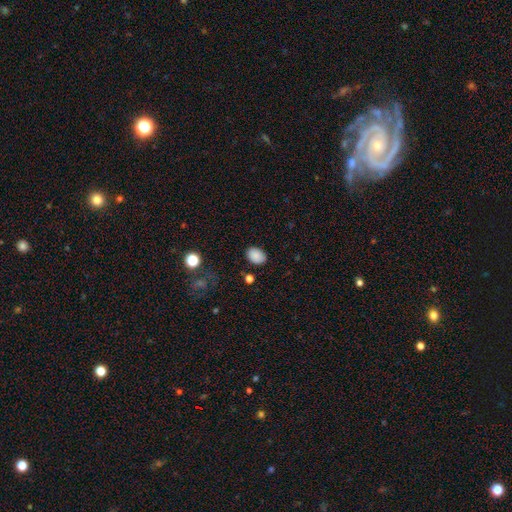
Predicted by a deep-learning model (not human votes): Overall: smooth (87%). How rounded: in between (73%). Merging: none (84%).